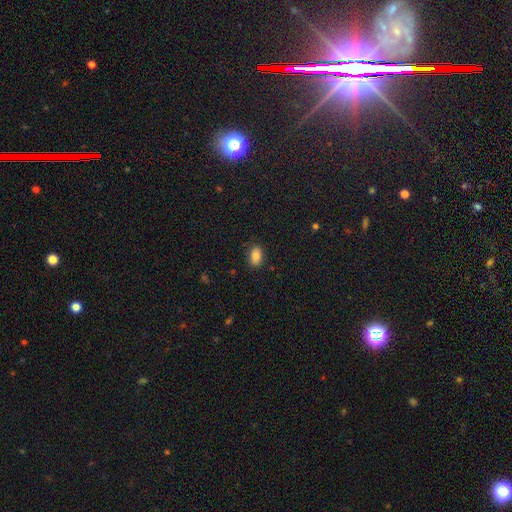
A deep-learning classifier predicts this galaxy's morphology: Smooth or featured? Predicted: smooth (p=0.85). How rounded? Predicted: in between (p=0.86). Merging? Predicted: none (p=0.84).